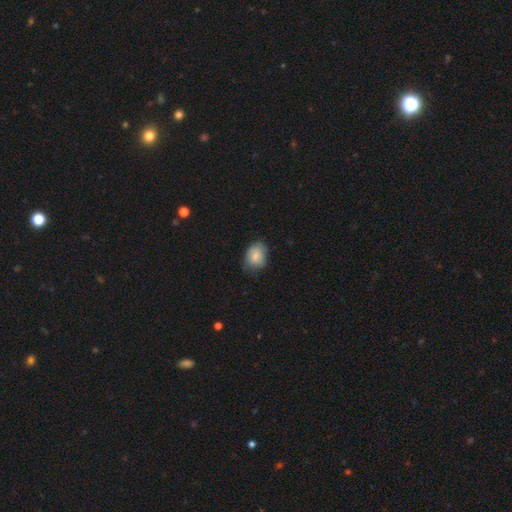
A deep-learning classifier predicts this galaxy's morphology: A smooth galaxy with no disk features (71%) that is in between round and cigar-shaped (60%).

Vote fractions:
- Smooth or featured? smooth: 71% / featured or disk: 22% / star or artifact: 7%
- How rounded? in between: 60% / round: 39% / cigar-shaped: 1%
- Merging? none: 66% / minor disturbance: 27% / major disturbance: 6% / merger: 1%